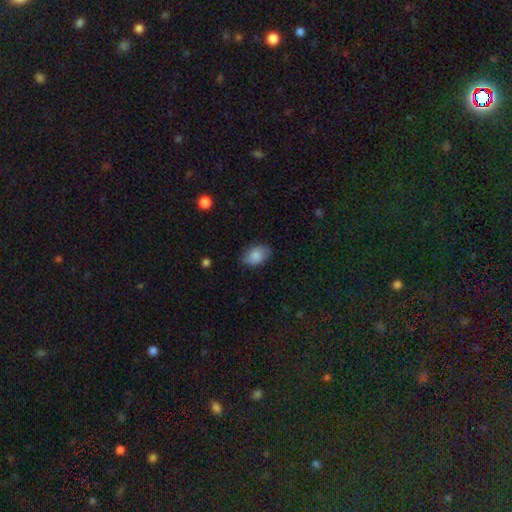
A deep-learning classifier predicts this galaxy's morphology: Overall: smooth (81%). How rounded: in between (86%). Merging: none (76%).